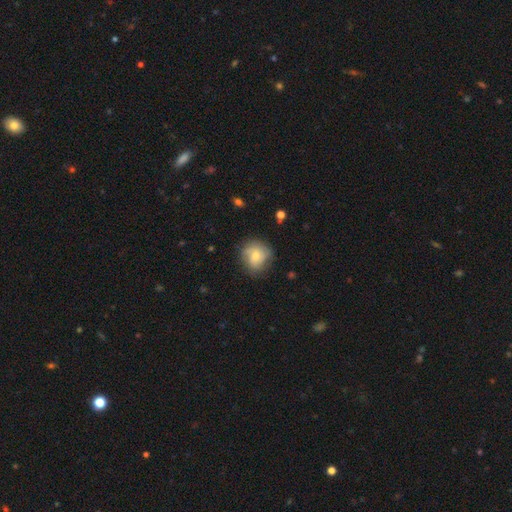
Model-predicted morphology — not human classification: Smooth or featured? smooth (52%)
How rounded? round (81%)
Merging? none (70%)